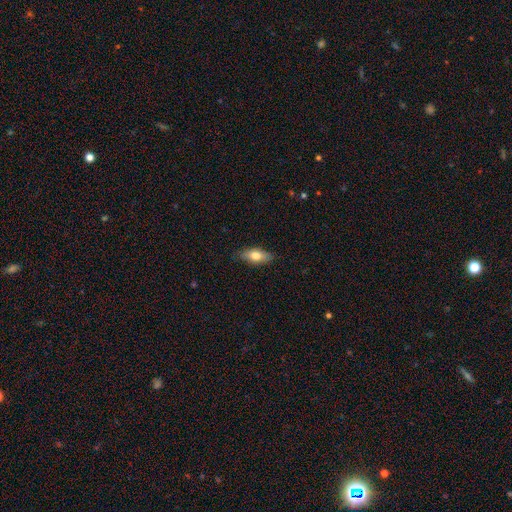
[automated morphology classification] smooth 71%, featured or disk 23%, star or artifact 7%. Down the decision tree: how rounded — in between (78%); merging — none (83%).